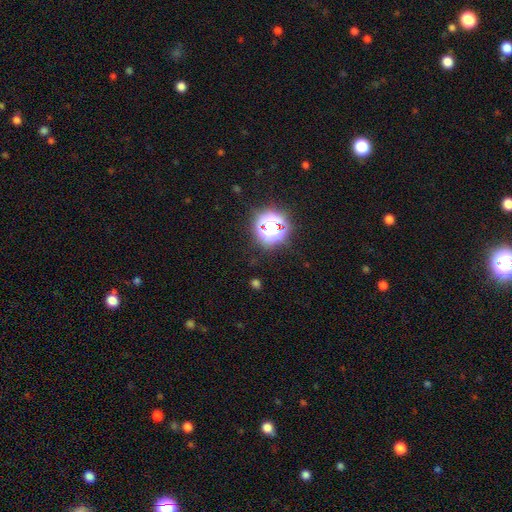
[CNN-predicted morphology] Smooth or featured? star or artifact (77%)